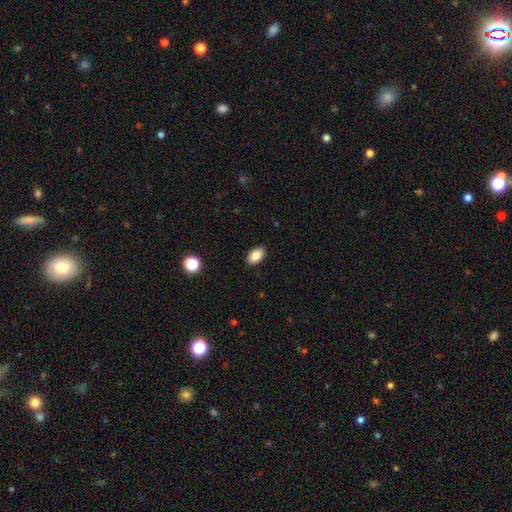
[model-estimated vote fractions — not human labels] Smooth or featured? Predicted: smooth (p=0.87). How rounded? Predicted: in between (p=0.91). Merging? Predicted: none (p=0.88).